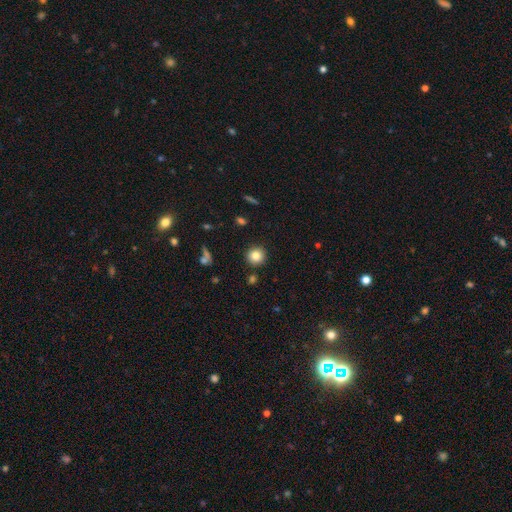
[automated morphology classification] This is clearly a smooth galaxy (83%). How rounded: clearly round (94%). Merging: clearly none (90%).